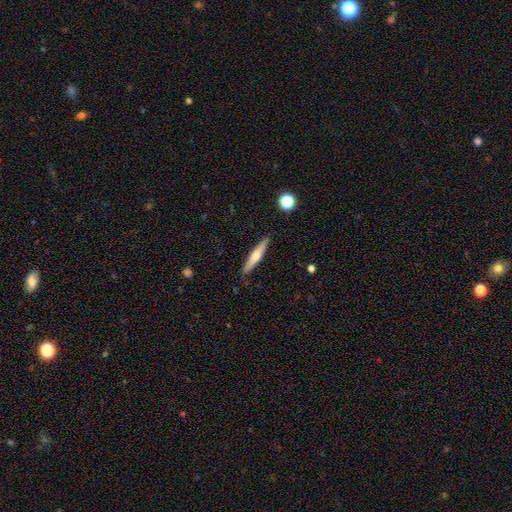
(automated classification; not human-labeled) Smooth or featured? Predicted: featured or disk (p=0.49). Merging? Predicted: none (p=0.90).